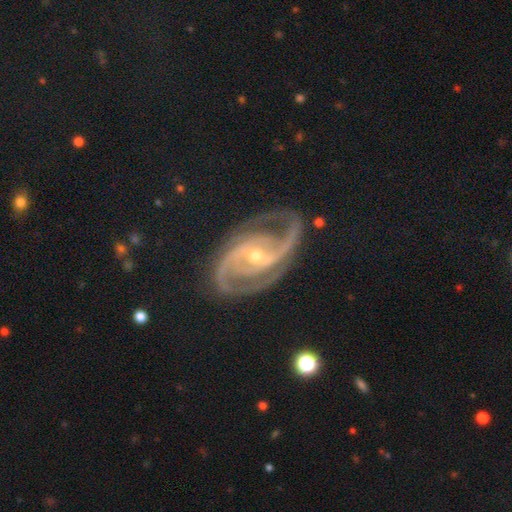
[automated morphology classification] The model was most divided on "bar": weak: 36%, no: 33%, strong: 31%. More confident: spiral arms — yes (98%); edge-on disk — no (97%); smooth or featured — featured or disk (93%); spiral arm count — 2 (78%); merging — none (75%); bulge size — small (54%); spiral winding — medium (51%).